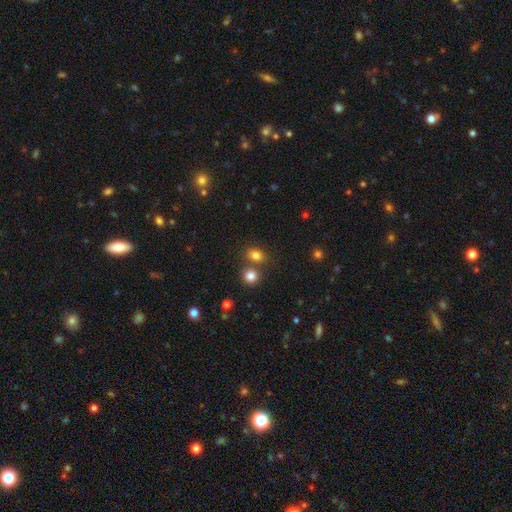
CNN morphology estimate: A smooth galaxy with no disk features (80%) that is in between round and cigar-shaped (51%). Merging: none (62%).